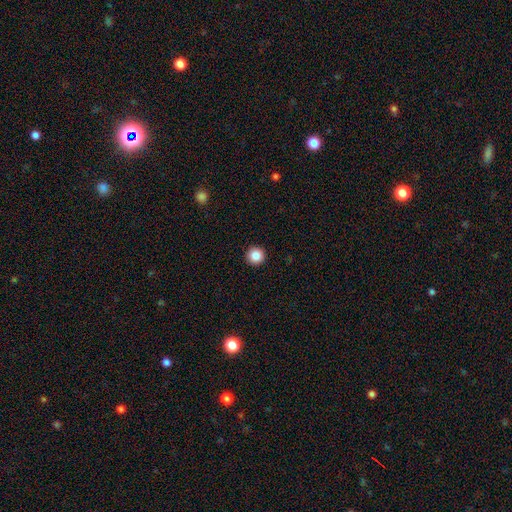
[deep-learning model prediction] smooth-or-featured: smooth: 86% | star or artifact: 10% | featured or disk: 4%
  how-rounded: round: 97% | in between: 2% | cigar-shaped: 1%
  merging: none: 94% | minor disturbance: 4% | major disturbance: 1% | merger: 1%